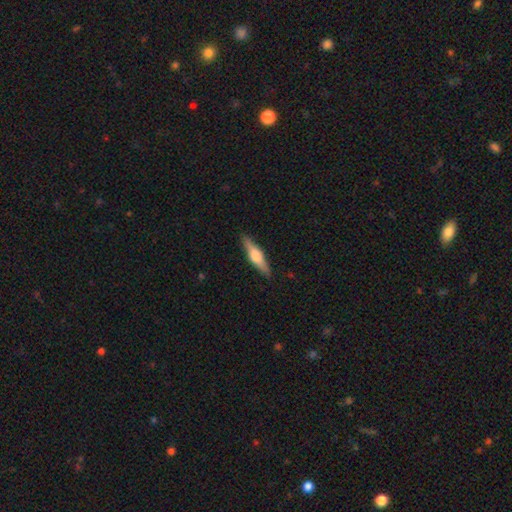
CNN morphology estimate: featured or disk 58%, smooth 37%, star or artifact 5%. Down the decision tree: edge-on disk — yes (95%); edge-on bulge — rounded (92%); merging — none (90%).